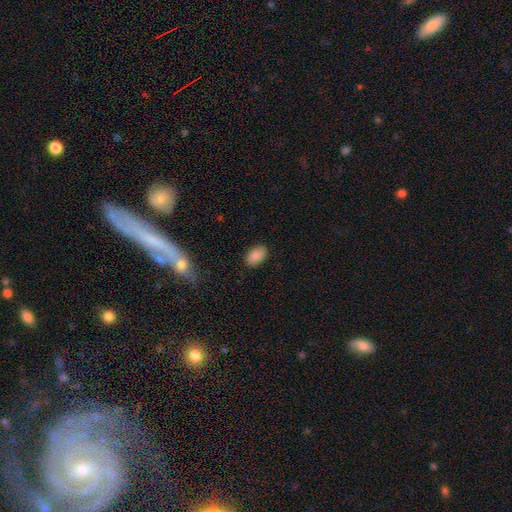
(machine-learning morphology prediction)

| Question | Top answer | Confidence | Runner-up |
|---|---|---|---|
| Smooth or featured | smooth | 88% | star or artifact (7%) |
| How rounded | in between | 90% | round (8%) |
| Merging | none | 87% | minor disturbance (10%) |